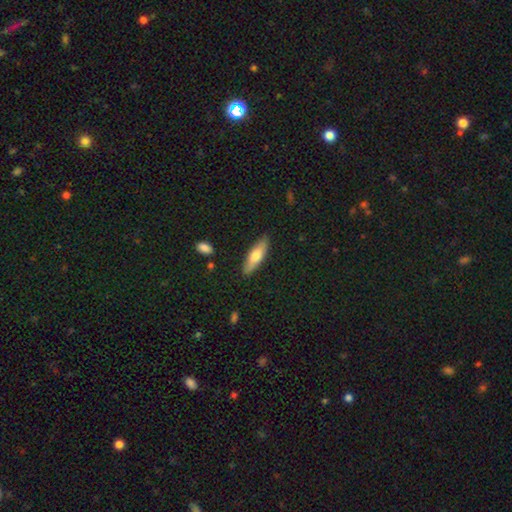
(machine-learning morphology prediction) This appears to be a smooth galaxy with no disk features (66%) that is cigar-shaped (55%). Merging: none (86%).